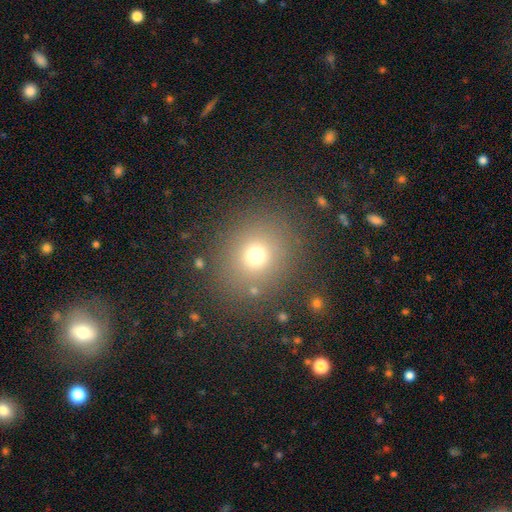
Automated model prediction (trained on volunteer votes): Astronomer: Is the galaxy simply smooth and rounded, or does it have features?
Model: smooth — 70%.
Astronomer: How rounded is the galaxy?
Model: round — 80%.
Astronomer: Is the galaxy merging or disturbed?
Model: none — 85%.